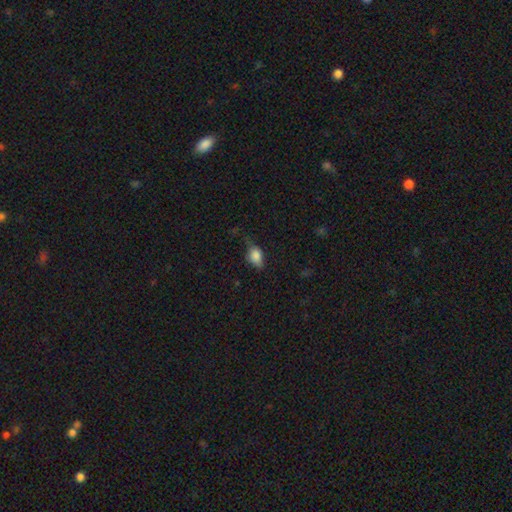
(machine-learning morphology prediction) Q: Smooth or featured?
A: smooth (80%); runner-up: featured or disk (11%)
Q: How rounded?
A: in between (76%); runner-up: round (21%)
Q: Merging?
A: none (48%); runner-up: minor disturbance (36%)